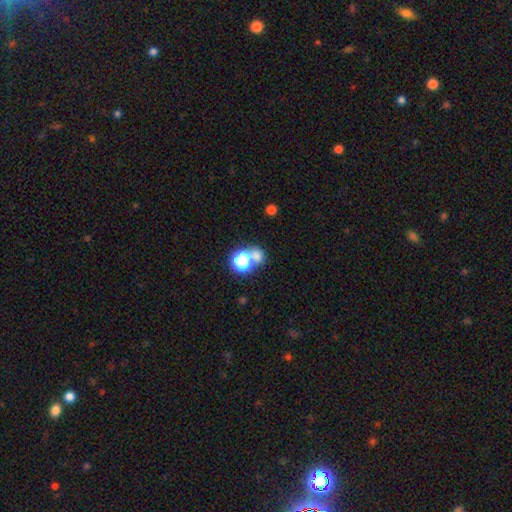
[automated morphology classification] Smooth or featured? smooth (65%)
How rounded? round (73%)
Merging? none (50%)